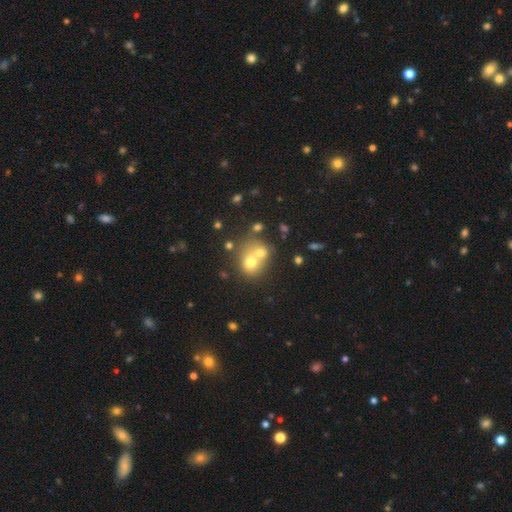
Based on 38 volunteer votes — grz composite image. It shows a smooth galaxy with no disk features (58%) that is round (68%). Merging: merger (66%).